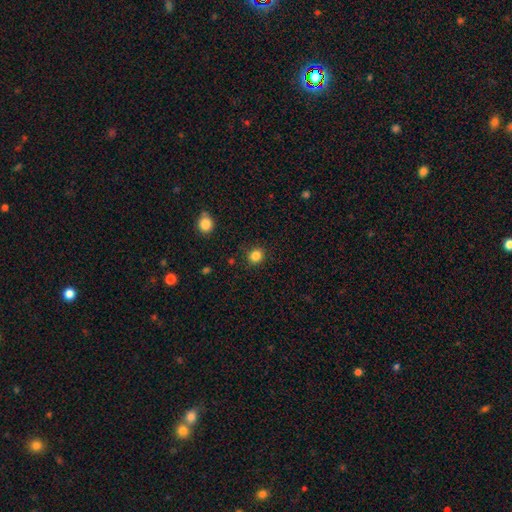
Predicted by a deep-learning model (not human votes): A smooth galaxy with no disk features (85%) that is round (80%).

Vote fractions:
- Smooth or featured? smooth: 85% / star or artifact: 11% / featured or disk: 4%
- How rounded? round: 80% / in between: 19% / cigar-shaped: 1%
- Merging? none: 88% / minor disturbance: 8% / major disturbance: 3% / merger: 1%